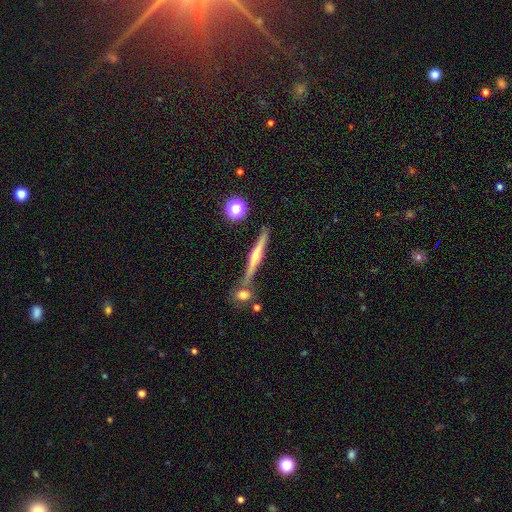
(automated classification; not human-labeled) This is likely a featured or disk galaxy (70%). It is clearly viewed edge-on (97%). Edge-on bulge: clearly rounded (85%). Merging: likely none (77%).